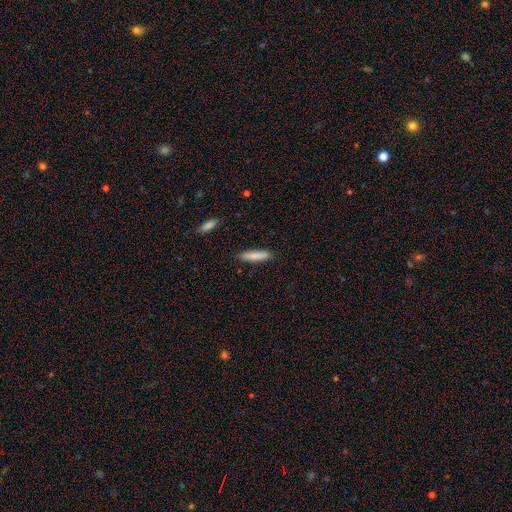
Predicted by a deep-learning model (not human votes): Smooth or featured? Predicted: smooth (p=0.84). How rounded? Predicted: cigar-shaped (p=0.82). Merging? Predicted: none (p=0.88).